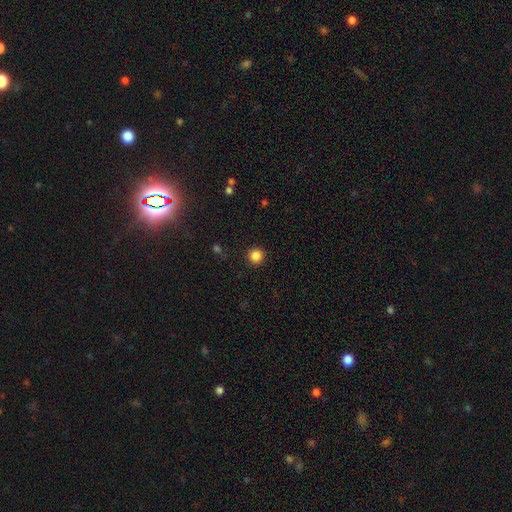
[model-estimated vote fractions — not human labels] A smooth galaxy with no disk features (86%) that is round (95%). Merging: none (92%).